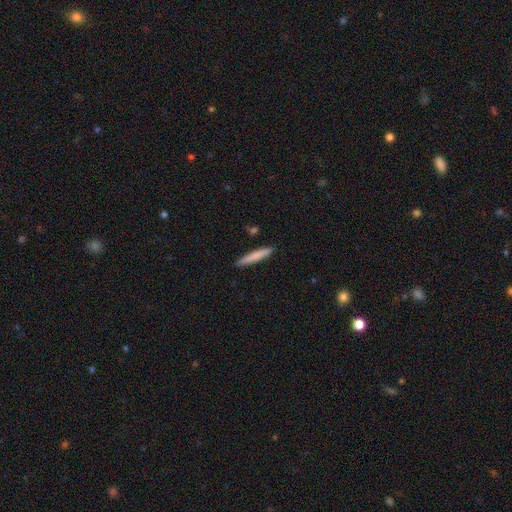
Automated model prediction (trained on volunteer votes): Smooth or featured? smooth (77%)
How rounded? cigar-shaped (95%)
Merging? none (89%)